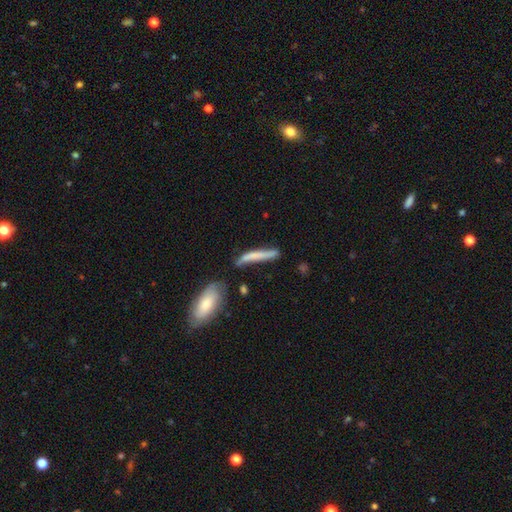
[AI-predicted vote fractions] Overall: smooth (64%; featured or disk 29%). How rounded: cigar-shaped (91%). Merging: none (55%; minor disturbance 25%).